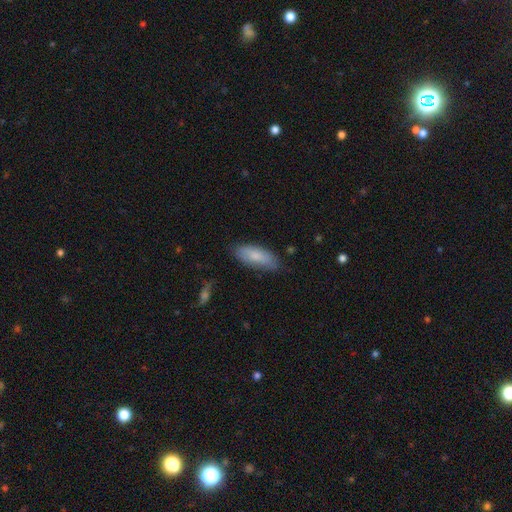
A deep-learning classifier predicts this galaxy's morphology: Smooth or featured?
  - smooth: 78% *
  - featured or disk: 16%
  - star or artifact: 6%
How rounded?
  - in between: 76% *
  - cigar-shaped: 22%
  - round: 2%
Merging?
  - none: 75% *
  - minor disturbance: 20%
  - major disturbance: 4%
  - merger: 2%